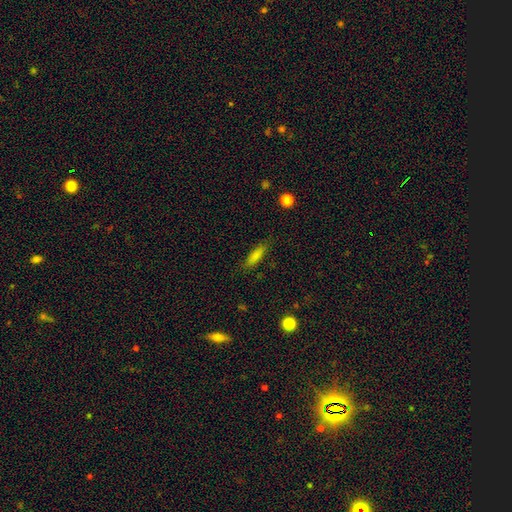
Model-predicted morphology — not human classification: Smooth or featured?
  - smooth: 80% *
  - featured or disk: 11%
  - star or artifact: 9%
How rounded?
  - cigar-shaped: 61% *
  - in between: 37%
  - round: 2%
Merging?
  - none: 82% *
  - minor disturbance: 13%
  - major disturbance: 3%
  - merger: 1%